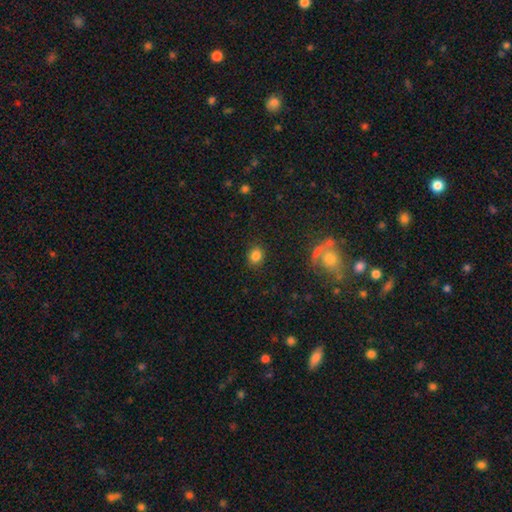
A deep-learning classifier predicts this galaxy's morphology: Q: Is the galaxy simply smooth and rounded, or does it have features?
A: smooth — 84%.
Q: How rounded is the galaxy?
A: round — 60%.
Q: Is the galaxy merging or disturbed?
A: none — 87%.